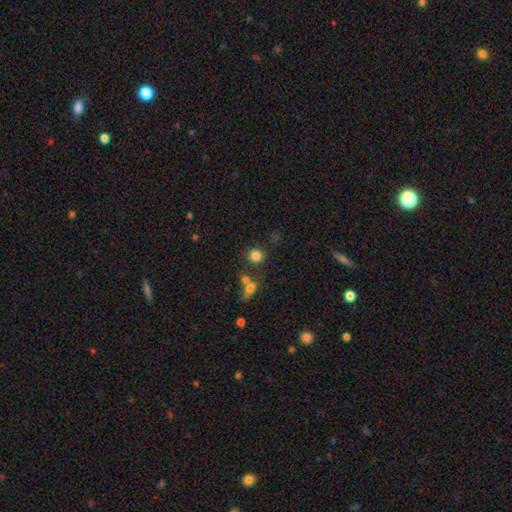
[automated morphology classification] A smooth galaxy with no disk features (82%) that is round (87%). Merging: none (73%).